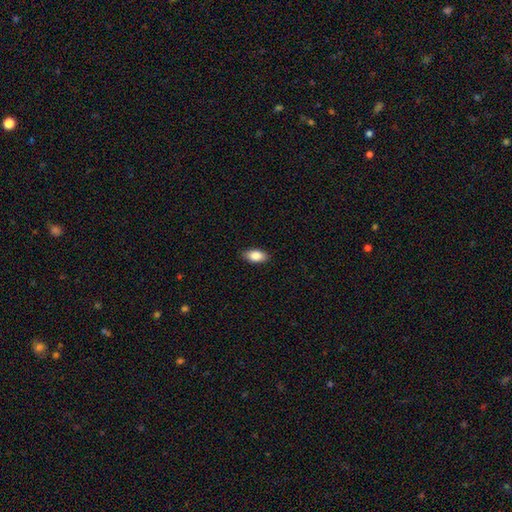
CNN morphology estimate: type=smooth (86%); roundness=in between (91%); merging=none (88%).